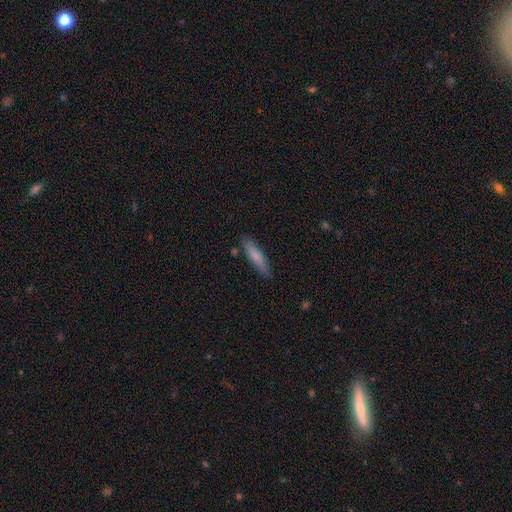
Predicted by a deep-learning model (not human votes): Smooth or featured?
  - smooth: 76% *
  - featured or disk: 19%
  - star or artifact: 6%
How rounded?
  - cigar-shaped: 77% *
  - in between: 22%
  - round: 1%
Merging?
  - none: 84% *
  - minor disturbance: 11%
  - merger: 3%
  - major disturbance: 2%